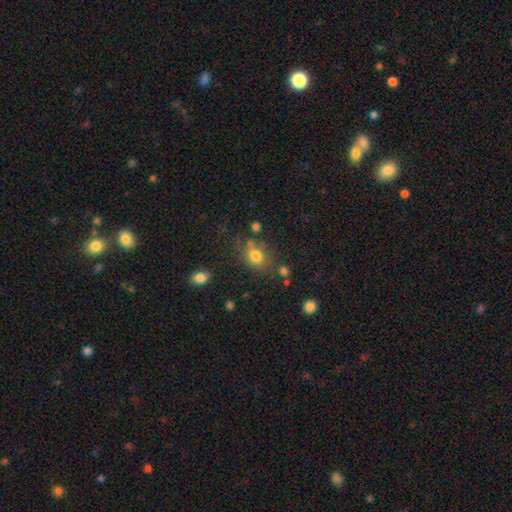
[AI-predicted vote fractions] The model was most divided on "how rounded": in between: 53%, round: 45%, cigar-shaped: 2%. More confident: smooth or featured — smooth (76%); merging — none (59%).